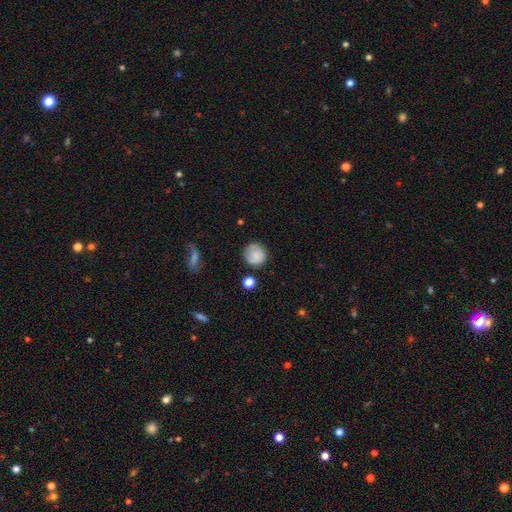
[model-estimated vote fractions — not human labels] A smooth galaxy with no disk features (78%) that is round (89%).

Vote fractions:
- Smooth or featured? smooth: 78% / featured or disk: 13% / star or artifact: 9%
- How rounded? round: 89% / in between: 10% / cigar-shaped: 1%
- Merging? none: 76% / minor disturbance: 16% / major disturbance: 5% / merger: 3%